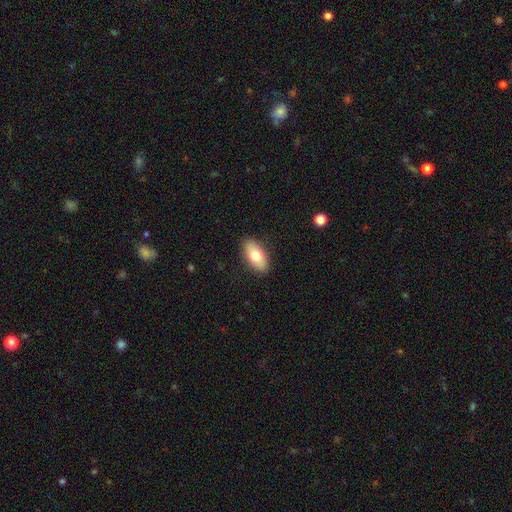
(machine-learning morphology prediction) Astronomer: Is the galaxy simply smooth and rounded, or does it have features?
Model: smooth — 75%.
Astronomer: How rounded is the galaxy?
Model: in between — 91%.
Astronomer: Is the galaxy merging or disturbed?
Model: none — 88%.